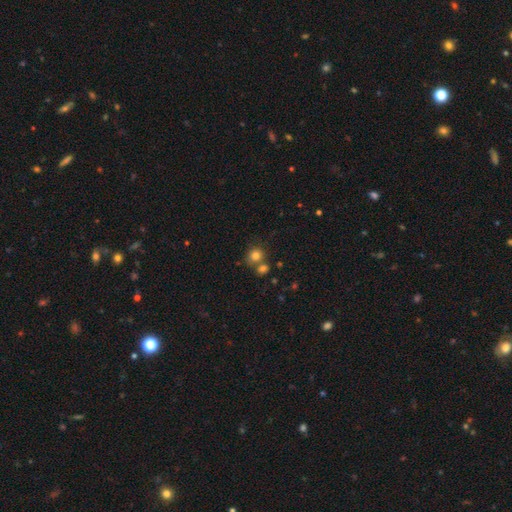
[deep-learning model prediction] Smooth or featured? Predicted: smooth (p=0.79). How rounded? Predicted: round (p=0.81). Merging? Predicted: none (p=0.58).